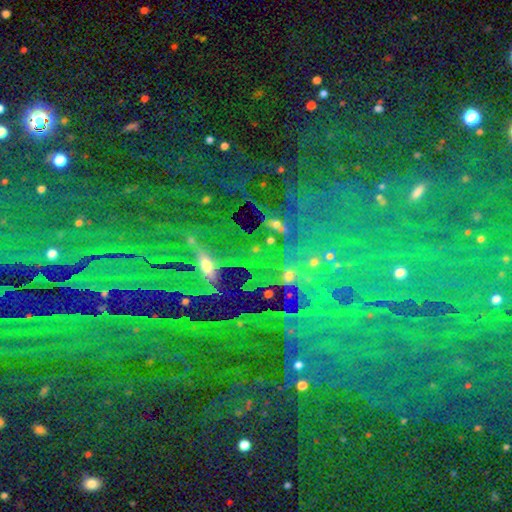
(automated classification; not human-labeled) Q: Smooth or featured?
A: star or artifact (81%); runner-up: featured or disk (10%)